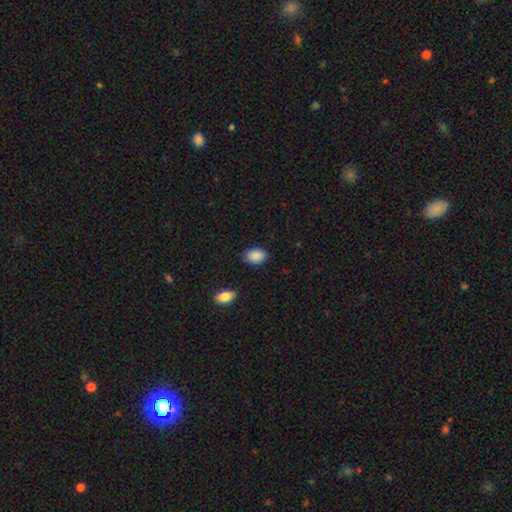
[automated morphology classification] smooth 90%, star or artifact 7%, featured or disk 3%. Down the decision tree: how rounded — in between (83%); merging — none (85%).